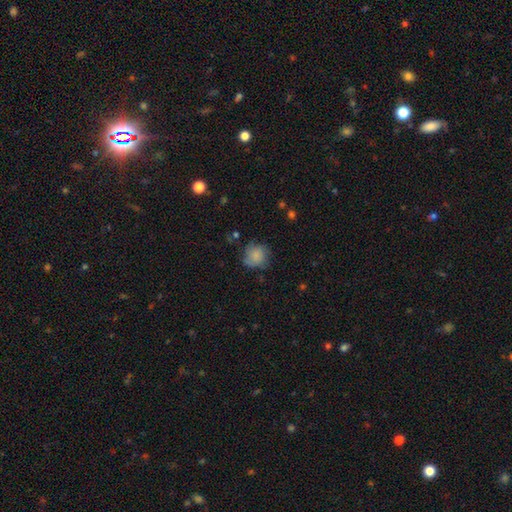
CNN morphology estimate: A smooth galaxy with no disk features (76%) that is round (79%). Merging: none (61%).